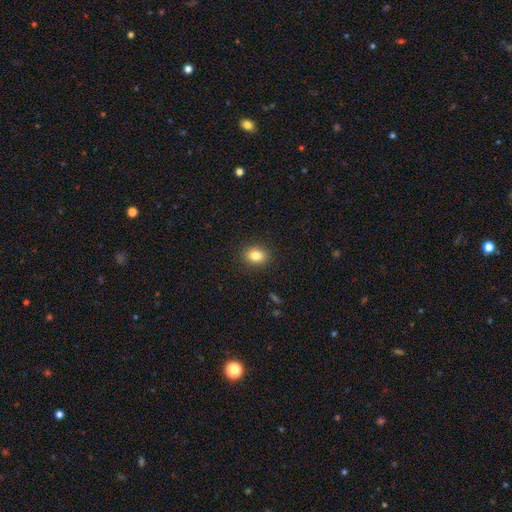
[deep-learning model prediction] Morphology: type=smooth (83%); roundness=in between (57%); merging=none (89%).